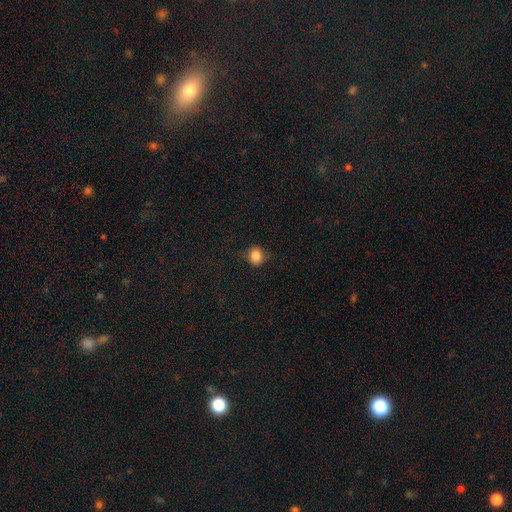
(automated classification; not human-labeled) smooth 84%, star or artifact 11%, featured or disk 5%. Down the decision tree: how rounded — round (80%); merging — none (78%).